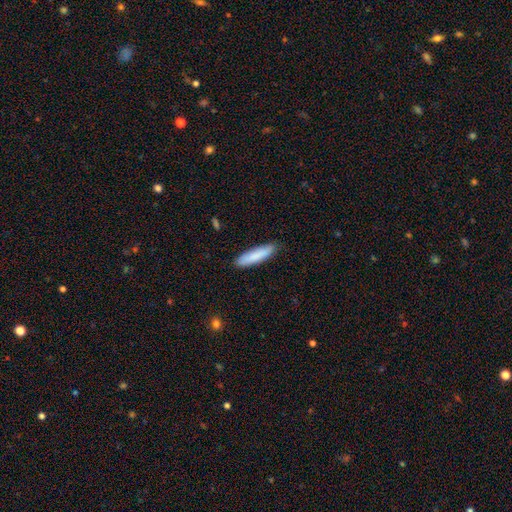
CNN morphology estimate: A smooth galaxy with no disk features (85%) that is cigar-shaped (78%).

Vote fractions:
- Smooth or featured? smooth: 85% / featured or disk: 10% / star or artifact: 5%
- How rounded? cigar-shaped: 78% / in between: 21% / round: 1%
- Merging? none: 86% / minor disturbance: 11% / major disturbance: 2% / merger: 1%